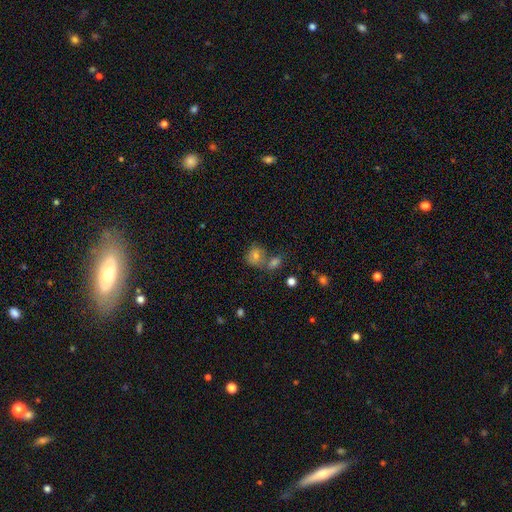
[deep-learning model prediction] Morphology: type=smooth (65%); roundness=round (66%); merging=none (51%).